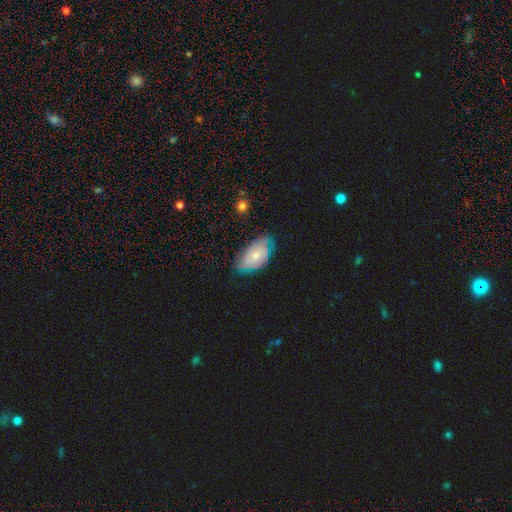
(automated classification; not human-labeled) Smooth or featured? Predicted: featured or disk (p=0.49). Merging? Predicted: none (p=0.59).